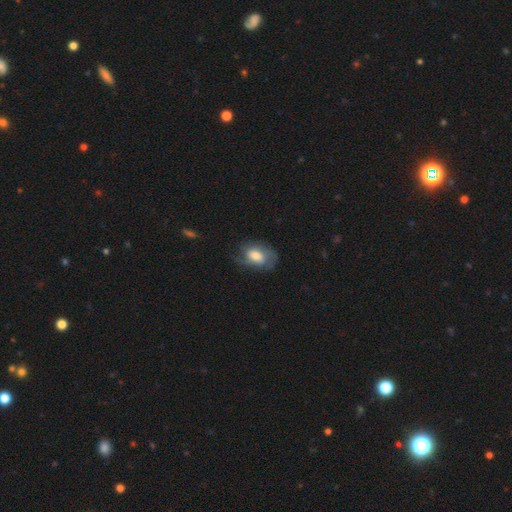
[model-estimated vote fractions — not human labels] Smooth or featured: featured or disk — 51% (smooth — 41%)
Edge-on disk: no — 96% (yes — 4%)
Merging: none — 60% (minor disturbance — 24%)